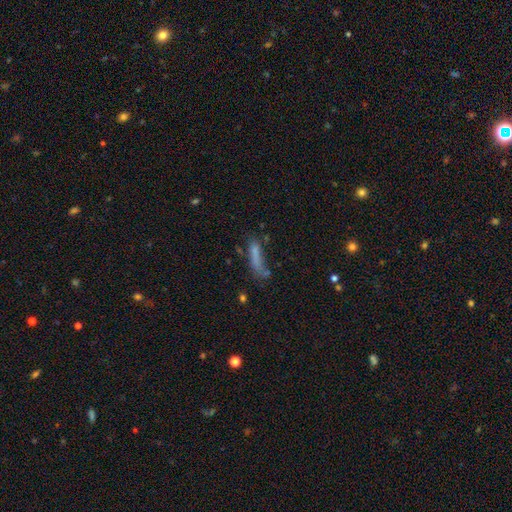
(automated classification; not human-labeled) Smooth or featured: smooth — 68% (featured or disk — 19%)
How rounded: cigar-shaped — 72% (in between — 25%)
Merging: none — 46% (minor disturbance — 24%)